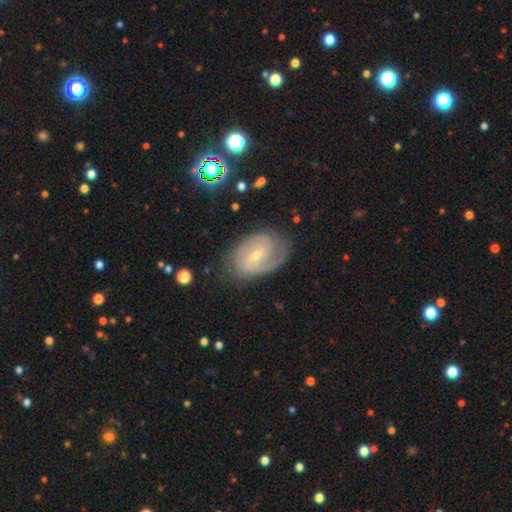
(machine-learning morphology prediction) A featured or disk galaxy (84%) with a weak bar (50%), 2 (59%) tight (50%) spiral arms (95%) and a small central bulge (66%).

Vote fractions:
- Smooth or featured? featured or disk: 84% / smooth: 10% / star or artifact: 6%
- Edge-on disk? no: 97% / yes: 3%
- Bar? weak: 50% / no: 35% / strong: 15%
- Spiral arms? yes: 95% / no: 5%
- Spiral winding? tight: 50% / medium: 39% / loose: 11%
- Spiral arm count? 2: 59% / can't tell: 19% / 3: 12% / 1: 5% / 4: 3% / more than 4: 3%
- Bulge size? small: 66% / moderate: 31% / none: 1% / large: 1% / dominant: 1%
- Merging? none: 72% / minor disturbance: 19% / major disturbance: 7% / merger: 1%